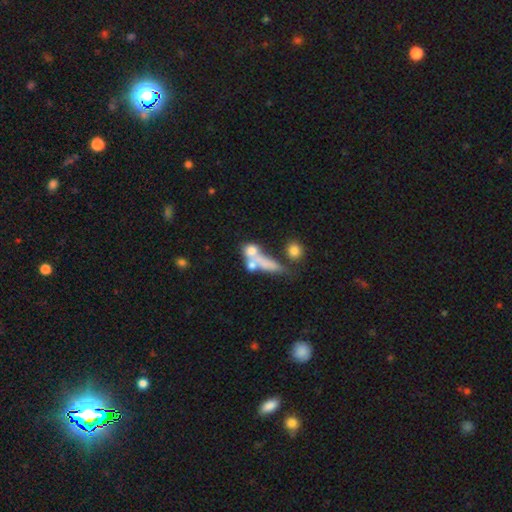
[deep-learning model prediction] smooth 52%, featured or disk 33%, star or artifact 15%. Down the decision tree: how rounded — cigar-shaped (38%); merging — merger (39%).